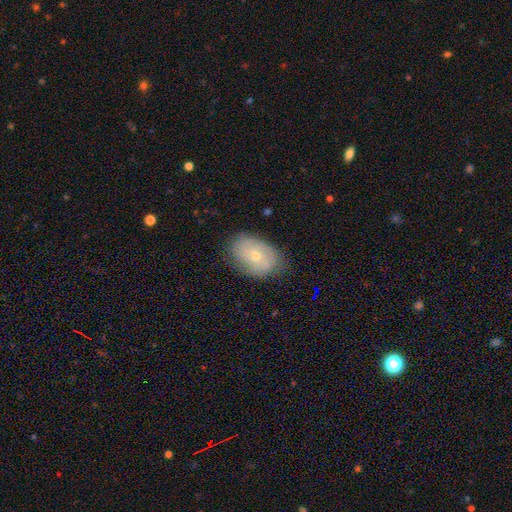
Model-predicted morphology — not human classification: Smooth or featured: smooth — 47% (featured or disk — 45%)
Merging: none — 76% (minor disturbance — 18%)